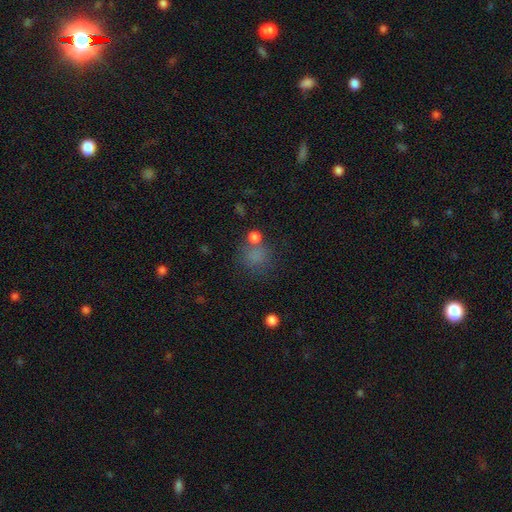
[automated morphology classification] Smooth or featured? smooth (72%)
How rounded? round (81%)
Merging? none (63%)